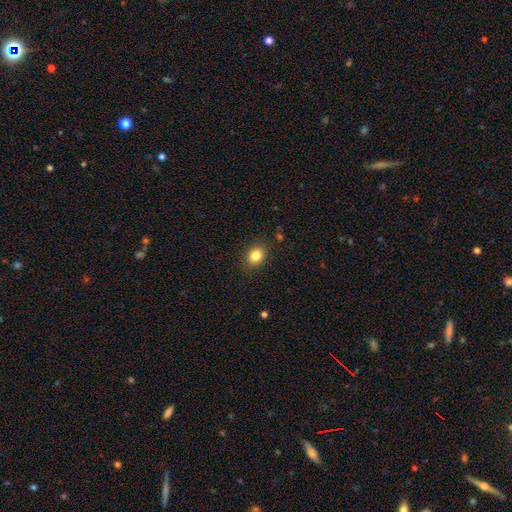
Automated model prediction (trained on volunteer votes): smooth 84%, star or artifact 10%, featured or disk 6%. Down the decision tree: how rounded — in between (51%); merging — none (88%).